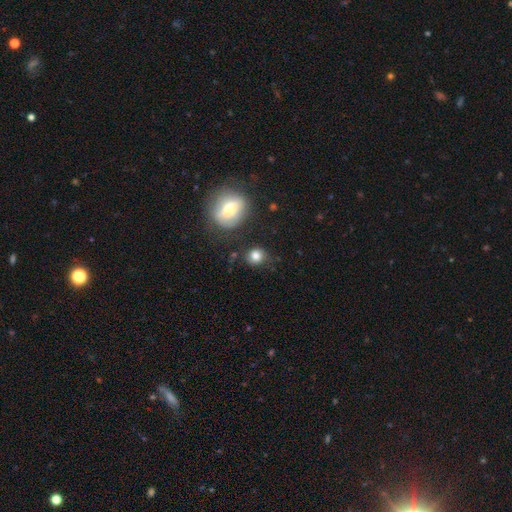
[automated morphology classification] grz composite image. It shows a smooth galaxy with no disk features (82%) that is round (81%). Merging: none (76%).